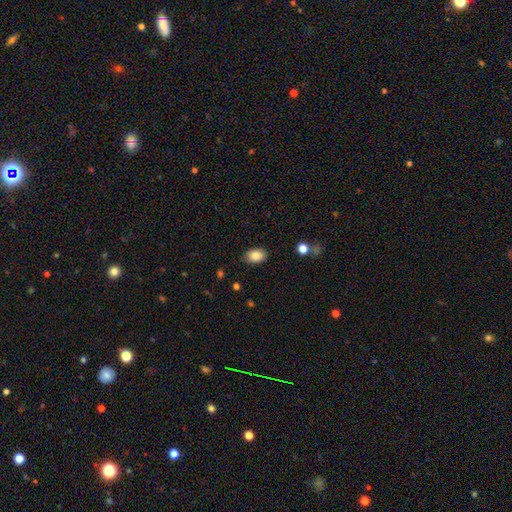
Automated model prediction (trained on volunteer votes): A smooth galaxy with no disk features (86%) that is in between round and cigar-shaped (85%). Merging: none (84%).